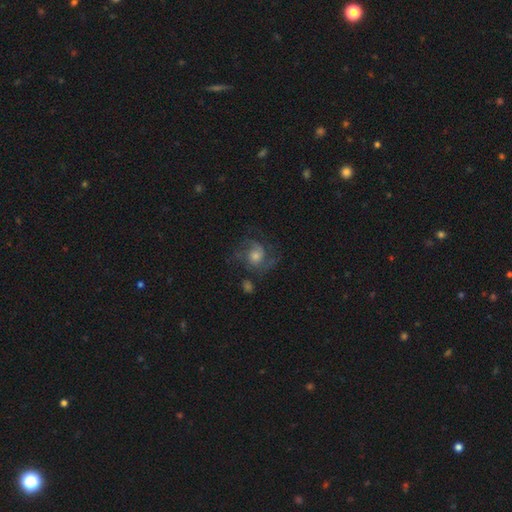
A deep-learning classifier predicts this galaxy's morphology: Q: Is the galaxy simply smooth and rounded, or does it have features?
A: featured or disk — 75%.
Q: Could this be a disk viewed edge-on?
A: no — 98%.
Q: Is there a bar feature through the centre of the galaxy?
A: no — 68%.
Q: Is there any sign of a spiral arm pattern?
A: yes — 93%.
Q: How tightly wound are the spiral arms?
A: medium — 53%.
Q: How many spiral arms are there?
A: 2 — 55%.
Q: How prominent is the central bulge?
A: moderate — 52%.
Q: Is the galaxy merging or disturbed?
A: none — 65%.